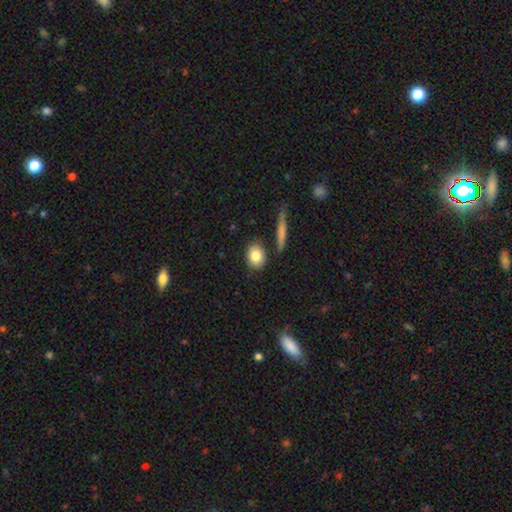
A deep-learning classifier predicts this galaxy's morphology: The model was most divided on "how rounded": in between: 49%, round: 47%, cigar-shaped: 4%. More confident: merging — none (82%); smooth or featured — smooth (81%).